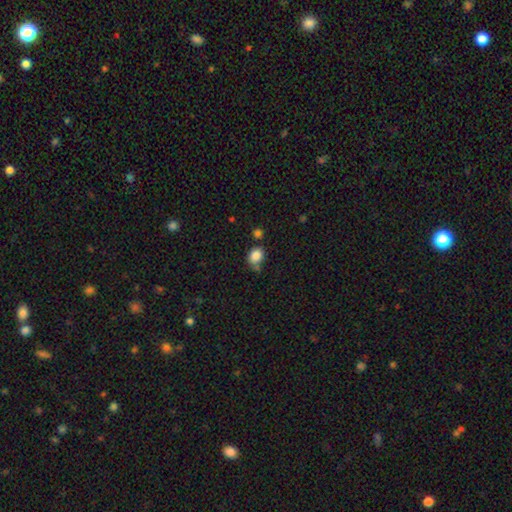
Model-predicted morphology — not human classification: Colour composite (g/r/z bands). It shows a smooth galaxy with no disk features (86%) that is round (50%). Merging: none (56%).